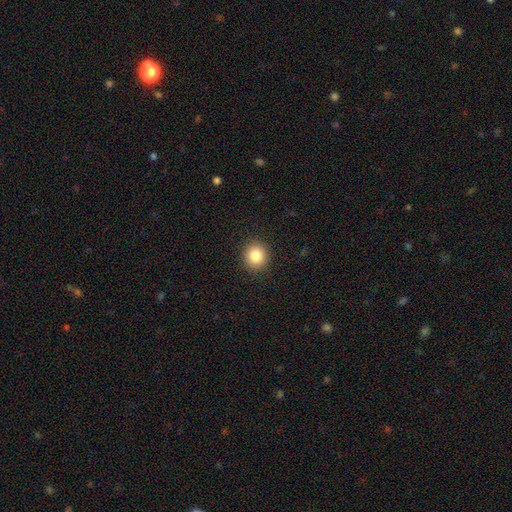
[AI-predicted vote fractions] Smooth or featured? Predicted: smooth (p=0.84). How rounded? Predicted: round (p=0.89). Merging? Predicted: none (p=0.92).